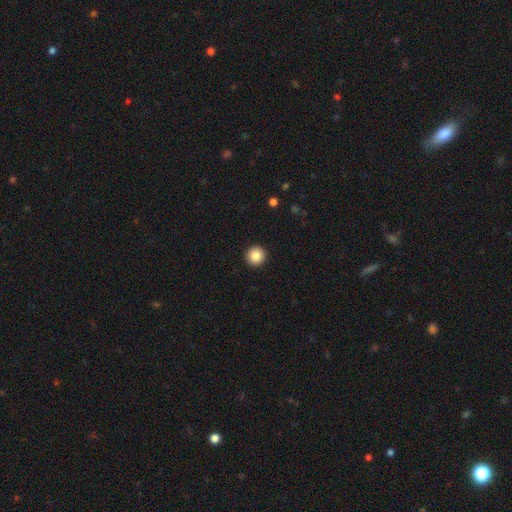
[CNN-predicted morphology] The model was most divided on "smooth or featured": smooth: 86%, star or artifact: 9%, featured or disk: 5%. More confident: how rounded — round (96%); merging — none (94%).